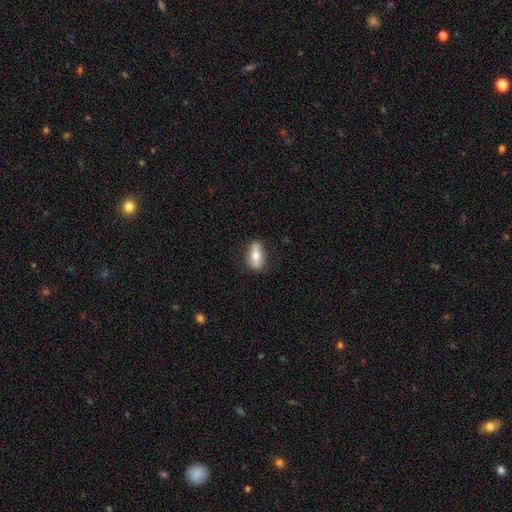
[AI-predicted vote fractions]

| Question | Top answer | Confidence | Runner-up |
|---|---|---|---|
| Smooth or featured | smooth | 57% | featured or disk (36%) |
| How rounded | in between | 75% | cigar-shaped (18%) |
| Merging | none | 81% | minor disturbance (15%) |